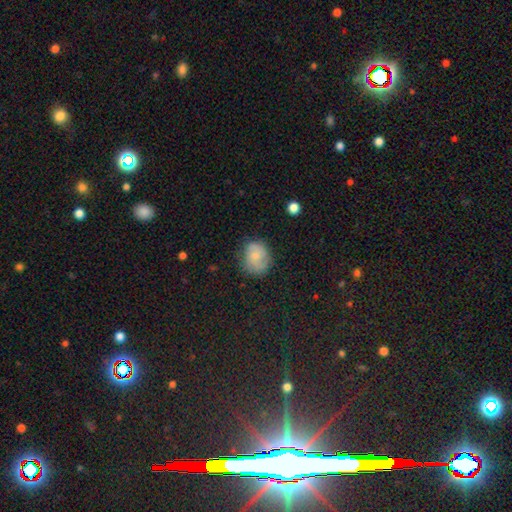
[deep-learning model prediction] Q: Smooth or featured?
A: smooth (71%); runner-up: featured or disk (21%)
Q: How rounded?
A: round (61%); runner-up: in between (38%)
Q: Merging?
A: none (70%); runner-up: minor disturbance (22%)